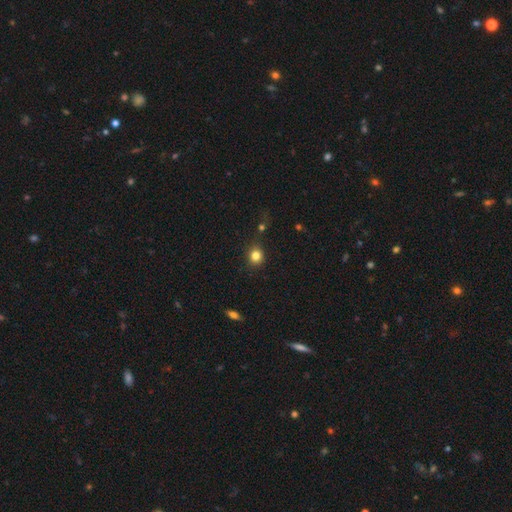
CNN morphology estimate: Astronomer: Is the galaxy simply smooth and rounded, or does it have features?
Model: smooth — 82%.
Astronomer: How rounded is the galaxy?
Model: round — 82%.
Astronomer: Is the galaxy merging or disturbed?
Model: none — 83%.